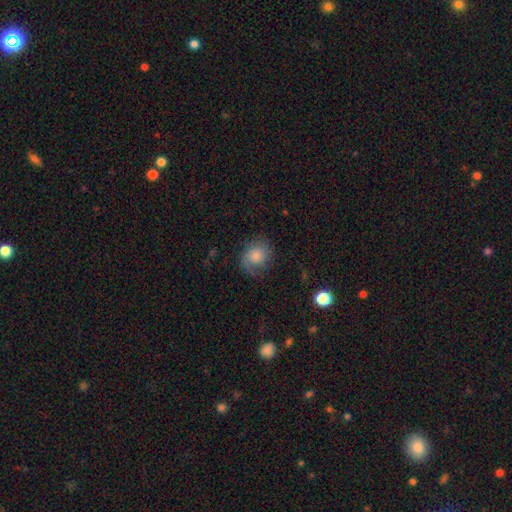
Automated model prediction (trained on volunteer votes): Q: Smooth or featured?
A: smooth (57%); runner-up: featured or disk (34%)
Q: How rounded?
A: round (64%); runner-up: in between (35%)
Q: Merging?
A: none (62%); runner-up: minor disturbance (22%)